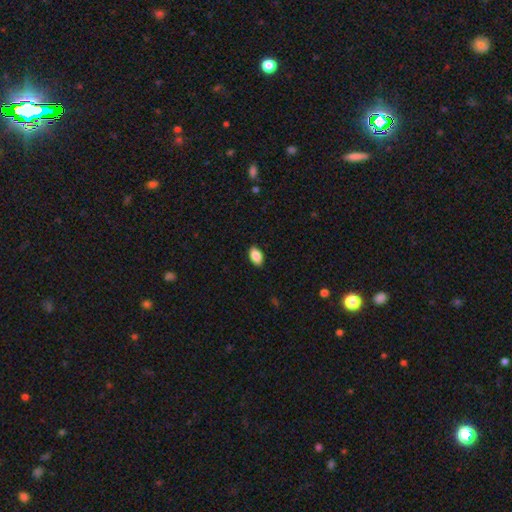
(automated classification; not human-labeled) Smooth or featured? Predicted: smooth (p=0.88). How rounded? Predicted: in between (p=0.92). Merging? Predicted: none (p=0.87).